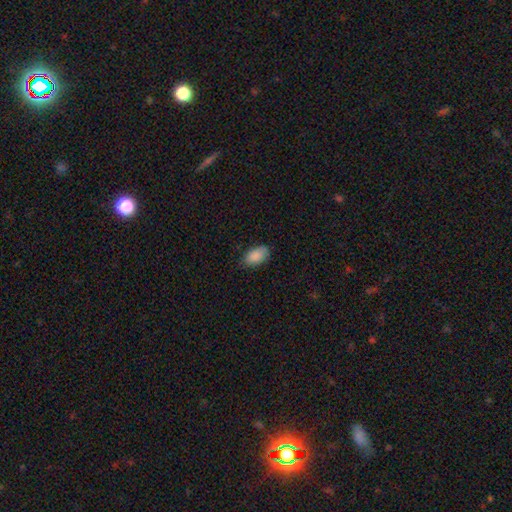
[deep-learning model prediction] Smooth or featured?
  - smooth: 89% *
  - star or artifact: 7%
  - featured or disk: 5%
How rounded?
  - in between: 94% *
  - round: 4%
  - cigar-shaped: 2%
Merging?
  - none: 81% *
  - minor disturbance: 16%
  - major disturbance: 3%
  - merger: 1%